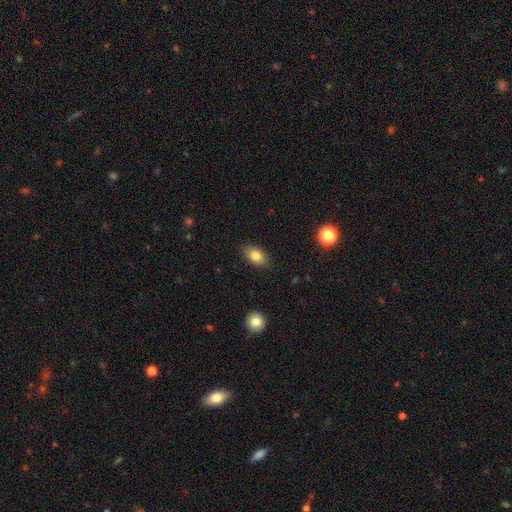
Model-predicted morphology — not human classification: A smooth galaxy with no disk features (82%) that is in between round and cigar-shaped (86%).

Vote fractions:
- Smooth or featured? smooth: 82% / featured or disk: 10% / star or artifact: 8%
- How rounded? in between: 86% / round: 11% / cigar-shaped: 3%
- Merging? none: 84% / minor disturbance: 12% / major disturbance: 3% / merger: 1%